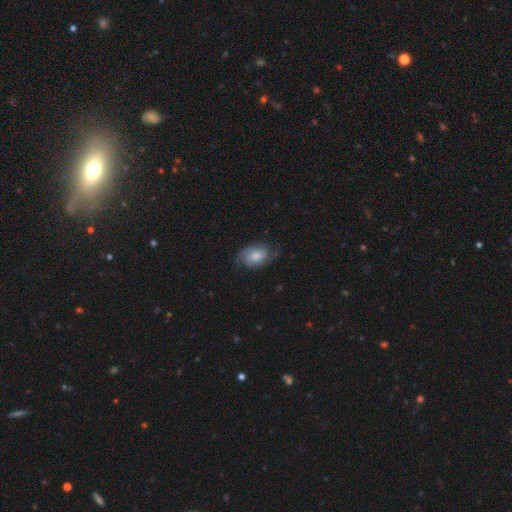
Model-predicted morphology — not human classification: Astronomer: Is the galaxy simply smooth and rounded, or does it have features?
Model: featured or disk — 52% (runner-up: smooth, 41%).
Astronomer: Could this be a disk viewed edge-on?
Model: no — 95%.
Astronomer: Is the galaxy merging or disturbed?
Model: none — 64%.